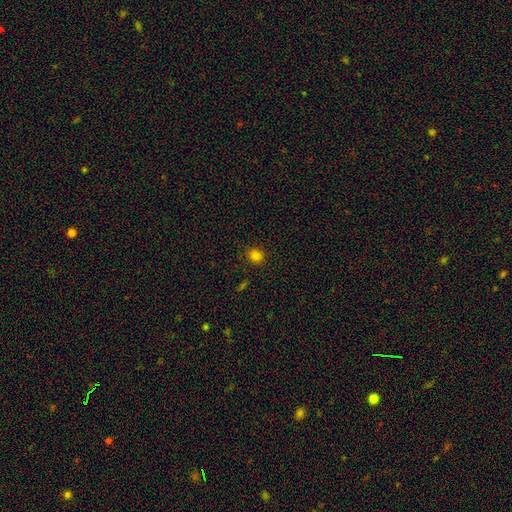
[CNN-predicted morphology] type=smooth (80%); roundness=round (78%); merging=none (89%).